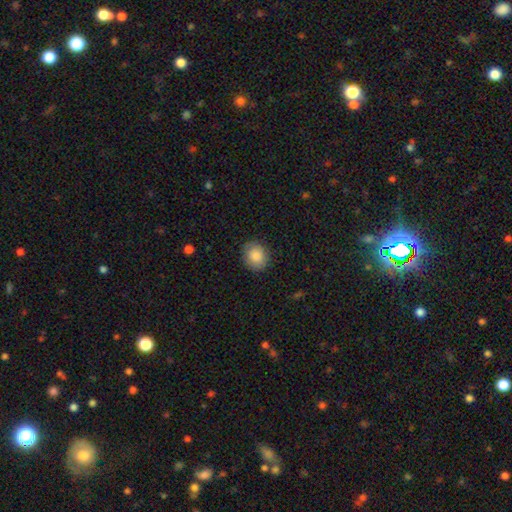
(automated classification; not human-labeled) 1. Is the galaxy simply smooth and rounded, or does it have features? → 85% smooth, 8% star or artifact, 7% featured or disk.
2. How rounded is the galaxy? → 65% round, 34% in between, 1% cigar-shaped.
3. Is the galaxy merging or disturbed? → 84% none, 12% minor disturbance, 3% major disturbance, 1% merger.